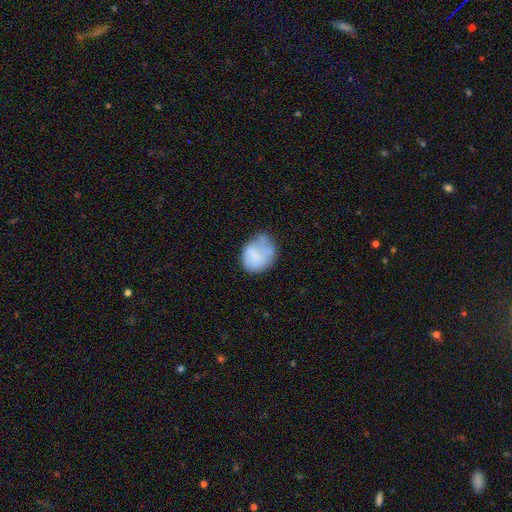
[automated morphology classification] type=smooth (69%); roundness=in between (52%); merging=none (38%).